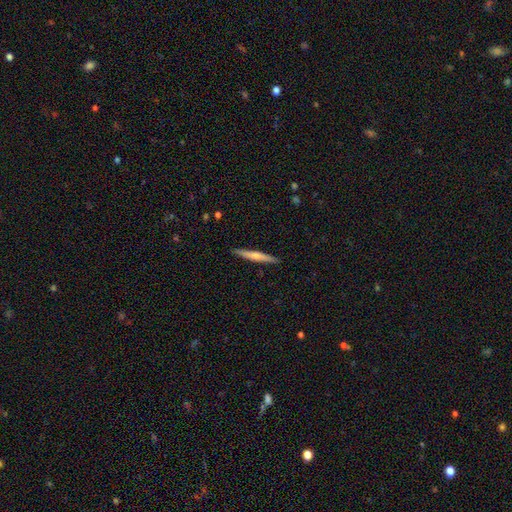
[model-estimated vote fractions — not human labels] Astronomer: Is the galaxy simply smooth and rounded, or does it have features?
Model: smooth — 50% (runner-up: featured or disk, 44%).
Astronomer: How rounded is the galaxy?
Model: cigar-shaped — 95%.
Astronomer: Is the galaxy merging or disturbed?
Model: none — 90%.